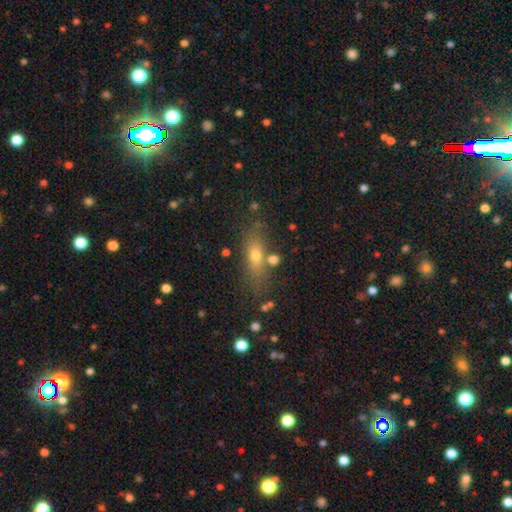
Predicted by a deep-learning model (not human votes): smooth-or-featured: smooth: 59% | featured or disk: 29% | star or artifact: 12%
  how-rounded: in between: 53% | cigar-shaped: 40% | round: 7%
  merging: none: 71% | minor disturbance: 14% | merger: 9% | major disturbance: 5%